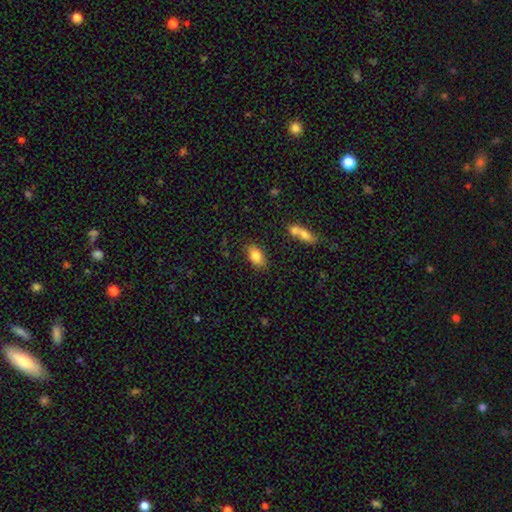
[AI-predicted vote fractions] This is clearly a smooth galaxy (82%). How rounded: clearly in between (89%). Merging: clearly none (80%).